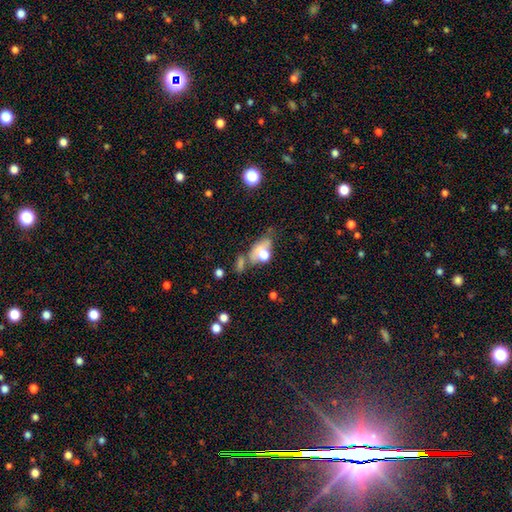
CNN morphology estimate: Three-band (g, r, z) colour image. It shows a smooth galaxy with no disk features (58%) that is in between round and cigar-shaped (72%). Merging: none (29%, tied with merger).